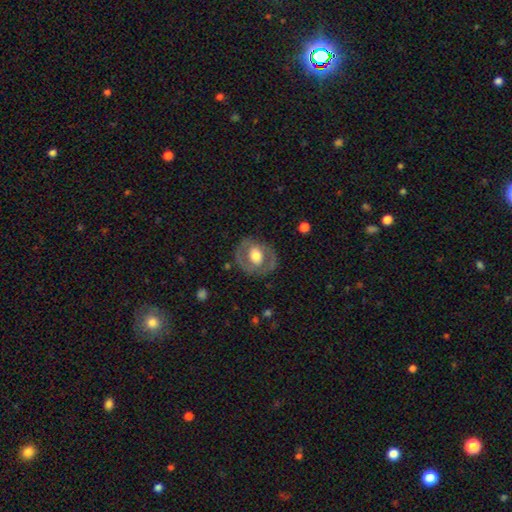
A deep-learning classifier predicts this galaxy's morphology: Smooth or featured?
  - featured or disk: 56% *
  - smooth: 38%
  - star or artifact: 6%
Edge-on disk?
  - no: 95% *
  - yes: 5%
Bar?
  - no: 64% *
  - weak: 26%
  - strong: 10%
Spiral arms?
  - no: 68% *
  - yes: 32%
Bulge size?
  - moderate: 53% *
  - large: 37%
  - small: 6%
  - dominant: 3%
  - none: 1%
Merging?
  - none: 77% *
  - minor disturbance: 14%
  - major disturbance: 8%
  - merger: 1%